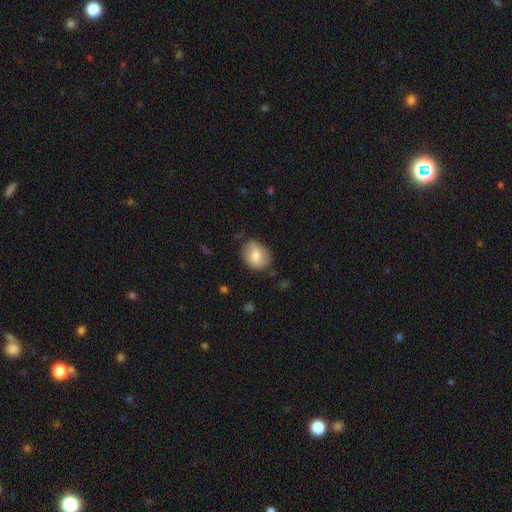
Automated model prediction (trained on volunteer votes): Overall: smooth (70%). How rounded: round (52%; in between 47%). Merging: none (67%).